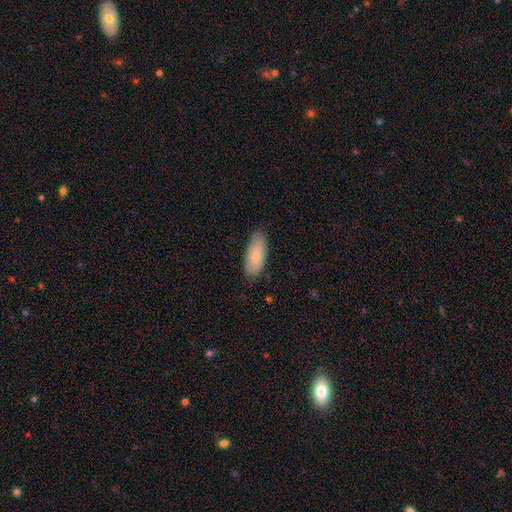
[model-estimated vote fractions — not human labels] smooth_or_featured: smooth (p=0.79) [alt: featured or disk p=0.15]
how_rounded: in between (p=0.83) [alt: cigar-shaped p=0.15]
merging: none (p=0.81) [alt: minor disturbance p=0.16]